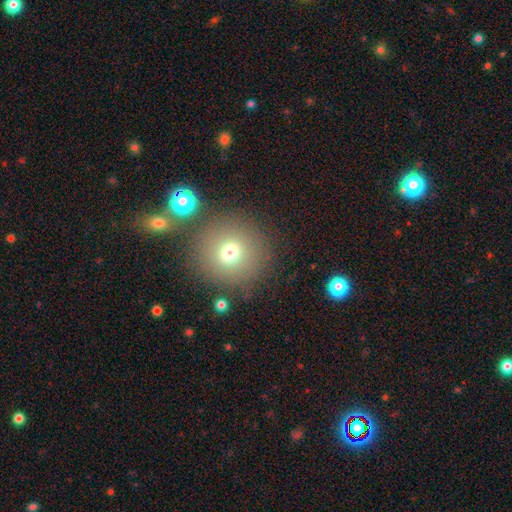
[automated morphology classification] A smooth galaxy with no disk features (64%) that is round (94%). Merging: none (85%).